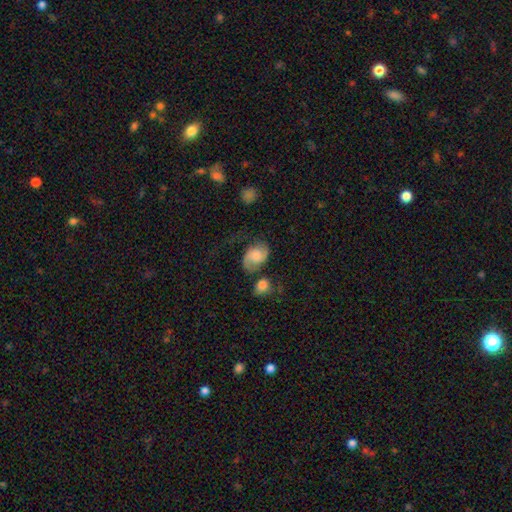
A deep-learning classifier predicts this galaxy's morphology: Q: Smooth or featured?
A: featured or disk (61%); runner-up: smooth (31%)
Q: Edge-on disk?
A: no (98%); runner-up: yes (2%)
Q: Bar?
A: no (65%); runner-up: weak (30%)
Q: Spiral arms?
A: yes (92%); runner-up: no (8%)
Q: Spiral winding?
A: medium (47%); runner-up: loose (33%)
Q: Spiral arm count?
A: 2 (88%); runner-up: can't tell (5%)
Q: Bulge size?
A: moderate (31%); runner-up: none (25%)
Q: Merging?
A: none (52%); runner-up: minor disturbance (22%)